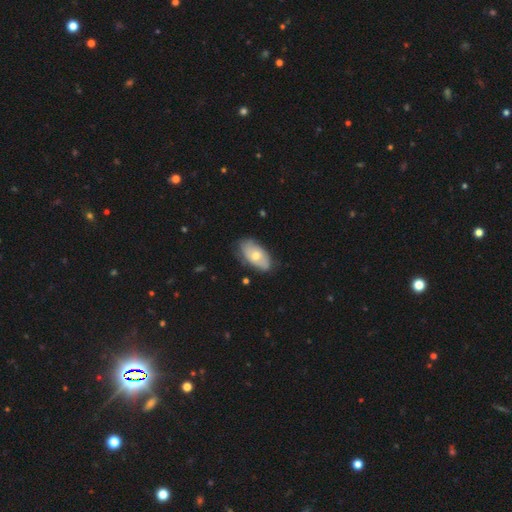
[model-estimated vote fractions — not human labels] Overall: smooth (58%; featured or disk 36%). How rounded: in between (93%). Merging: none (68%).